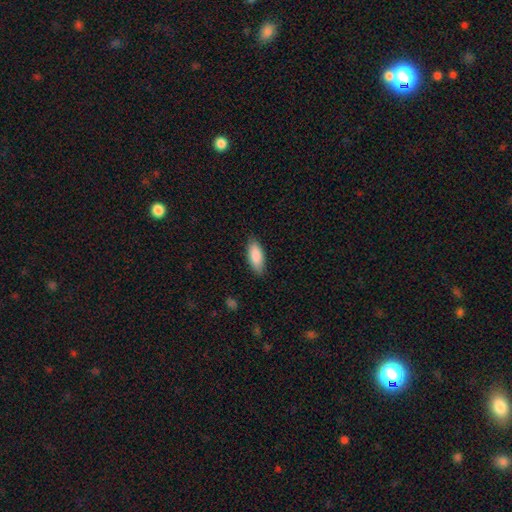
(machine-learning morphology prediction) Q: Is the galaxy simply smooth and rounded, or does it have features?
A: smooth — 88%.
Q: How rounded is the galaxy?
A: in between — 78%.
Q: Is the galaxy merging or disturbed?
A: none — 85%.